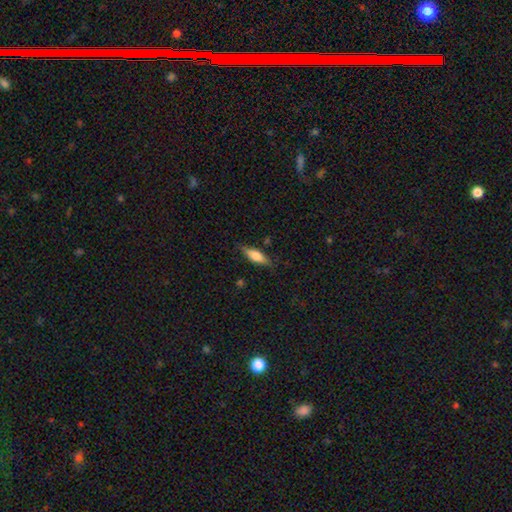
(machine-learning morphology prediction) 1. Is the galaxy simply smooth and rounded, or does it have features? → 65% smooth, 29% featured or disk, 6% star or artifact.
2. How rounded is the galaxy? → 55% in between, 43% cigar-shaped, 2% round.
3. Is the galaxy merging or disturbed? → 80% none, 15% minor disturbance, 3% major disturbance, 2% merger.